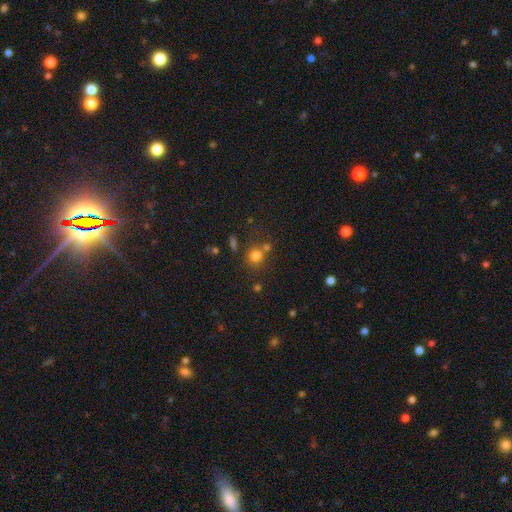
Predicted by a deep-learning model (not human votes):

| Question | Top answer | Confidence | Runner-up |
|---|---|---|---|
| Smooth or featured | smooth | 76% | star or artifact (16%) |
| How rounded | round | 76% | in between (23%) |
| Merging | none | 60% | merger (22%) |